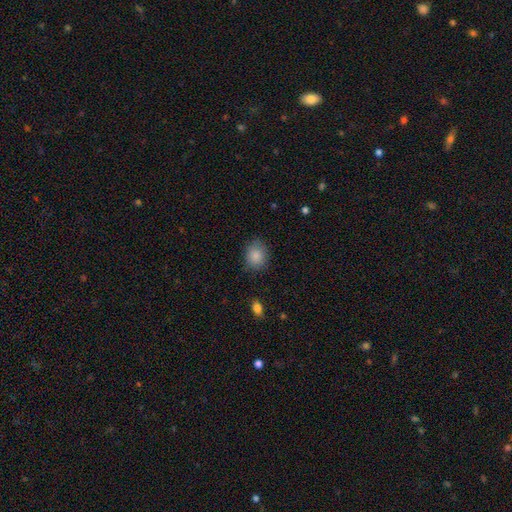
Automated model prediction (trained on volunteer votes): This is clearly a smooth galaxy (86%). How rounded: possibly round (60%). Merging: likely none (80%).